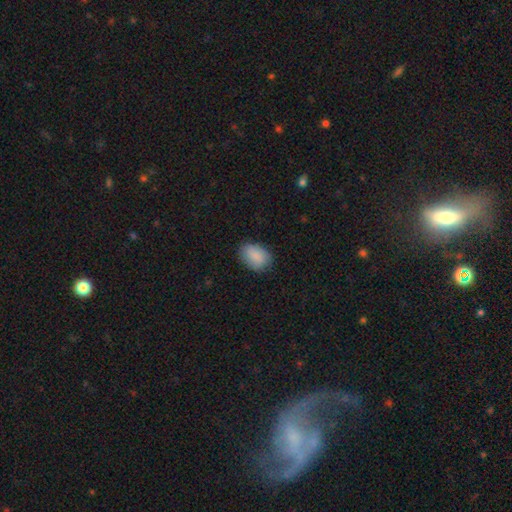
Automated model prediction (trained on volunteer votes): smooth-or-featured: smooth: 88% | star or artifact: 7% | featured or disk: 5%
  how-rounded: in between: 81% | round: 18% | cigar-shaped: 1%
  merging: none: 80% | minor disturbance: 16% | major disturbance: 3% | merger: 1%